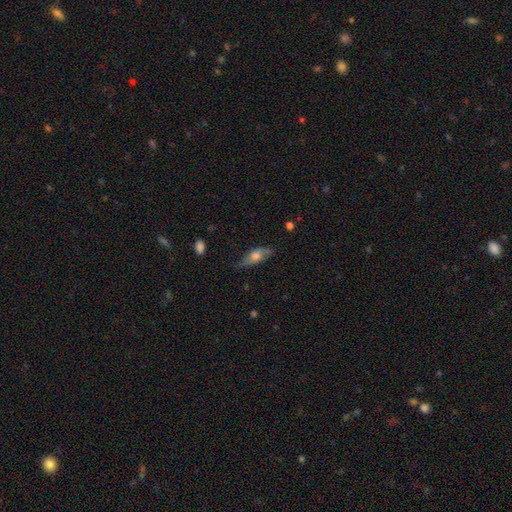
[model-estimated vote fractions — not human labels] This is possibly a smooth galaxy (55%). How rounded: likely in between (74%). Merging: likely none (61%).